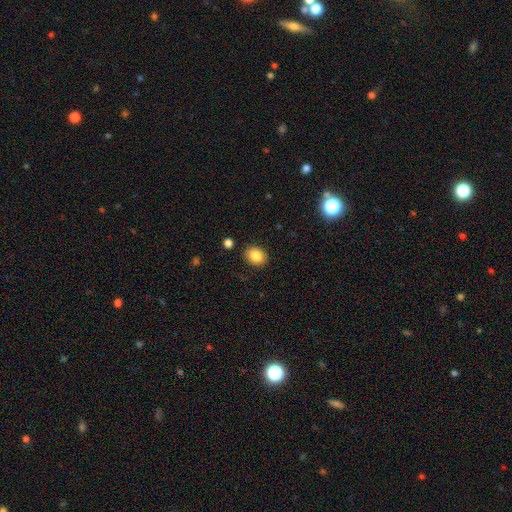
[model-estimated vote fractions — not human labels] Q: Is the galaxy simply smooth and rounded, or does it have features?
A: smooth — 85%.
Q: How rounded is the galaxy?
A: round — 51%.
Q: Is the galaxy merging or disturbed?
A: none — 88%.